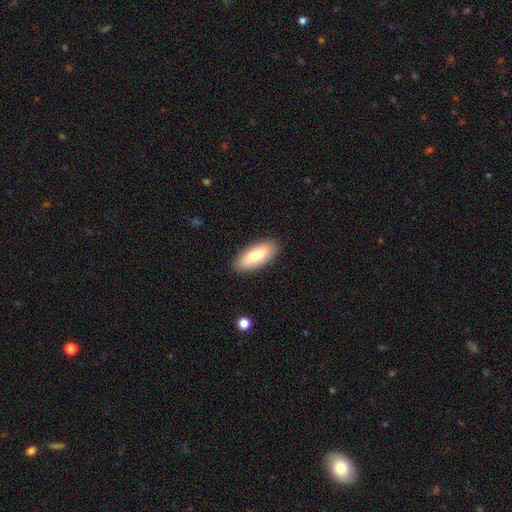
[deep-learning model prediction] Smooth or featured: smooth — 81% (featured or disk — 13%)
How rounded: in between — 81% (cigar-shaped — 17%)
Merging: none — 88% (minor disturbance — 8%)